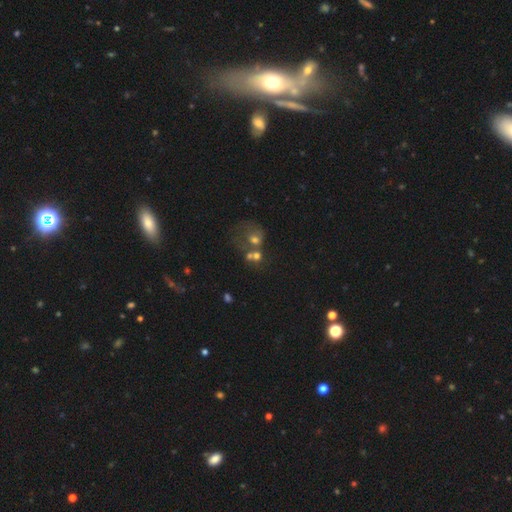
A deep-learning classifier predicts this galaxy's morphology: This is possibly a smooth galaxy (55%). How rounded: likely round (66%). Merging: possibly merger (58%).